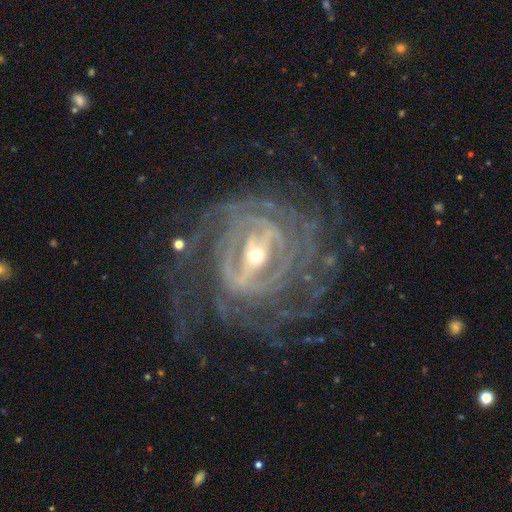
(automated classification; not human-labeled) featured or disk 92%, star or artifact 5%, smooth 3%. Down the decision tree: edge-on disk — no (95%); bar — strong (71%); spiral arms — yes (96%); spiral arm count — can't tell (26%); spiral winding — tight (74%); bulge size — small (58%); merging — none (71%).